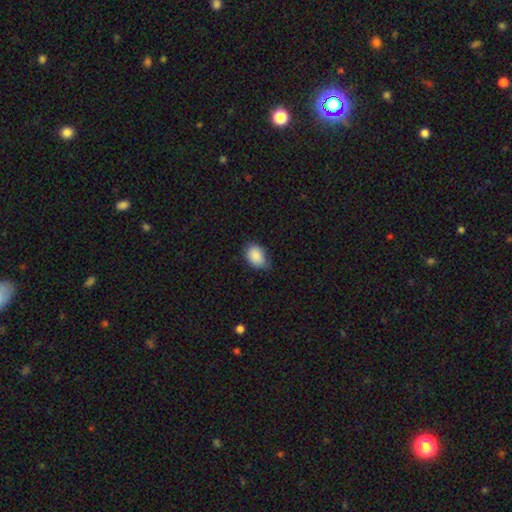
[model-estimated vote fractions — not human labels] smooth 88%, star or artifact 7%, featured or disk 5%. Down the decision tree: how rounded — in between (80%); merging — none (63%).